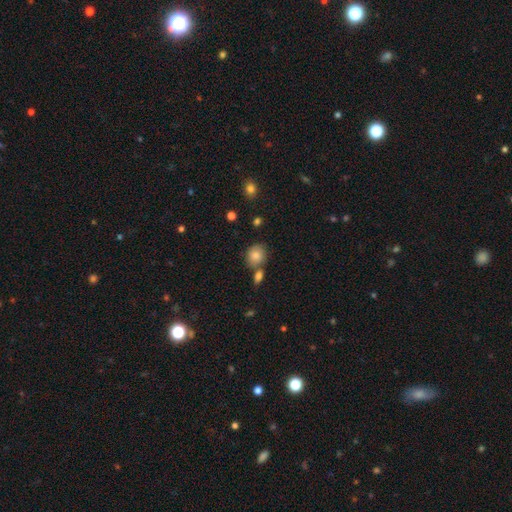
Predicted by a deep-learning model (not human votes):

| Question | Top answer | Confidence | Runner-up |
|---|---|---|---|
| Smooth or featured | smooth | 83% | star or artifact (9%) |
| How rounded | round | 67% | in between (32%) |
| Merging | none | 64% | merger (20%) |